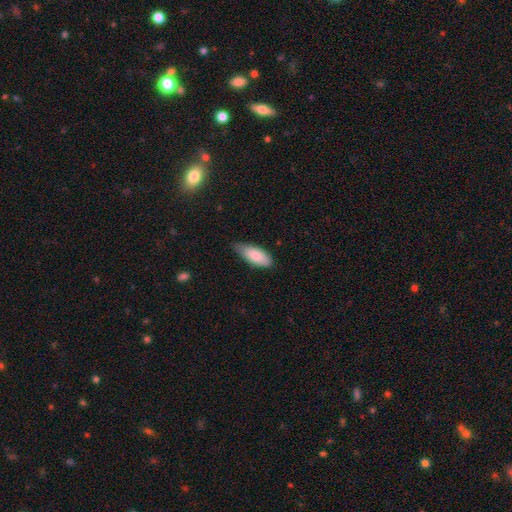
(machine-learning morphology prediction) This is clearly a smooth galaxy (85%). How rounded: clearly in between (84%). Merging: possibly none (60%).